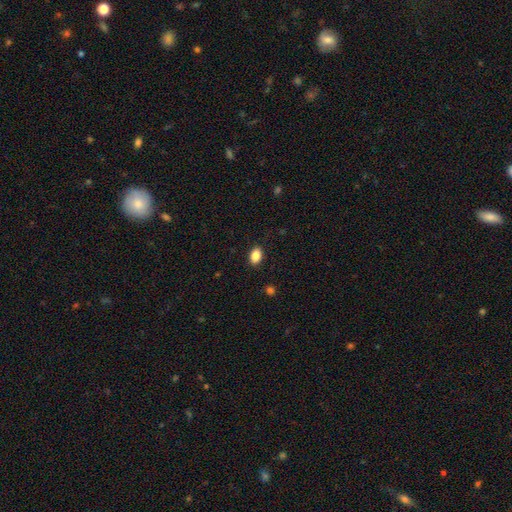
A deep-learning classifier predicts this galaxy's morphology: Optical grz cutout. It shows a smooth galaxy with no disk features (87%) that is in between round and cigar-shaped (86%). Merging: none (88%).